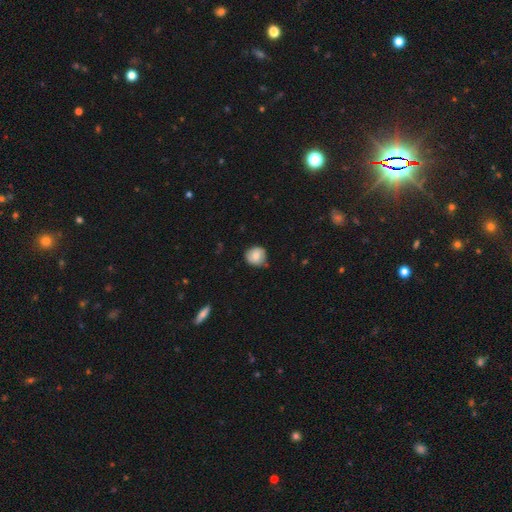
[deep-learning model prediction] Morphology: type=smooth (79%); roundness=round (87%); merging=none (72%).